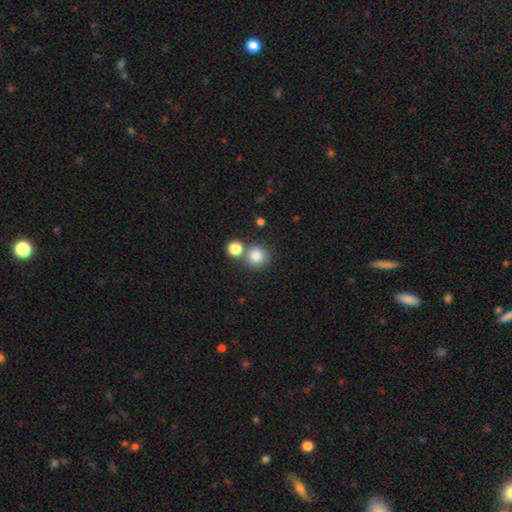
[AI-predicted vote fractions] A smooth galaxy with no disk features (83%) that is round (91%).

Vote fractions:
- Smooth or featured? smooth: 83% / star or artifact: 11% / featured or disk: 6%
- How rounded? round: 91% / in between: 8% / cigar-shaped: 1%
- Merging? none: 68% / merger: 21% / minor disturbance: 9% / major disturbance: 3%